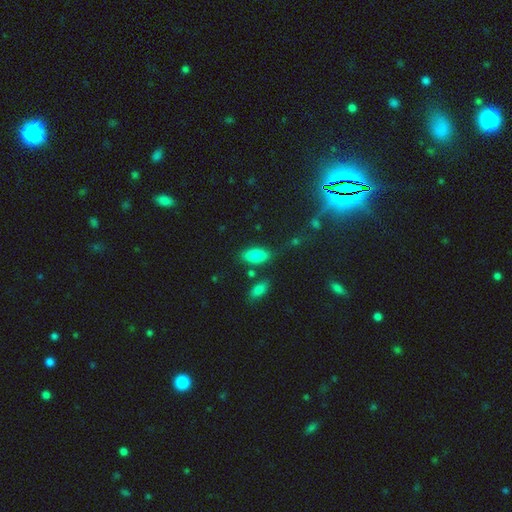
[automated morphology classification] smooth_or_featured: smooth (p=0.85) [alt: star or artifact p=0.08]
how_rounded: in between (p=0.88) [alt: cigar-shaped p=0.09]
merging: none (p=0.74) [alt: minor disturbance p=0.15]